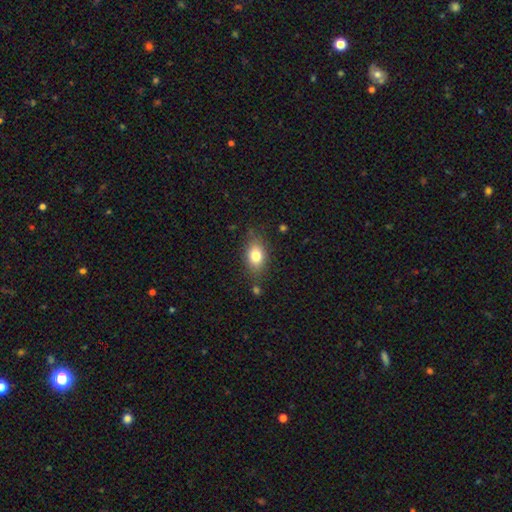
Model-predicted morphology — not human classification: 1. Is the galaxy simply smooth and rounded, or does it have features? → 80% smooth, 11% featured or disk, 9% star or artifact.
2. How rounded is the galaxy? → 81% in between, 17% round, 3% cigar-shaped.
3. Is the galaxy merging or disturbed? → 78% none, 15% minor disturbance, 4% major disturbance, 3% merger.